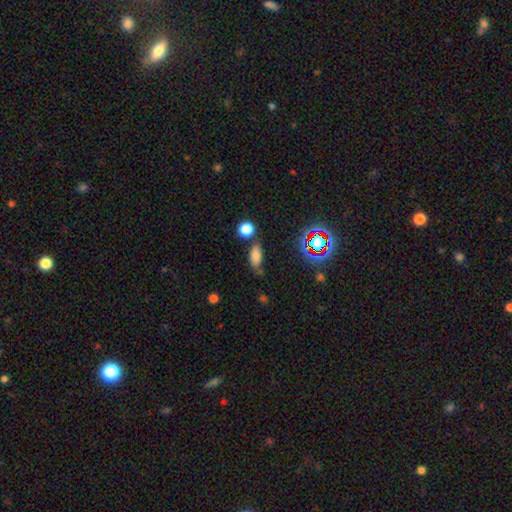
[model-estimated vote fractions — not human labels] Smooth or featured: smooth — 75% (star or artifact — 15%)
How rounded: in between — 83% (cigar-shaped — 10%)
Merging: none — 66% (minor disturbance — 17%)